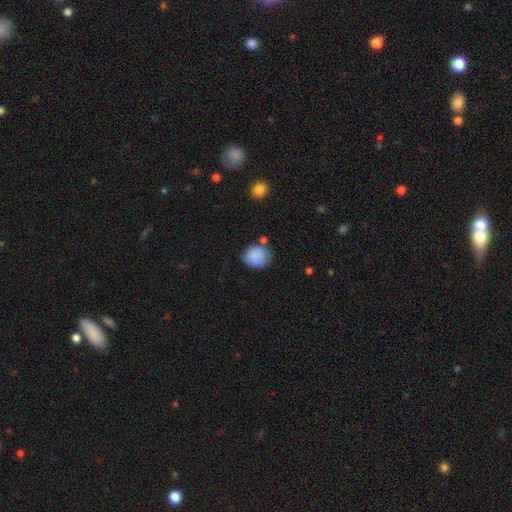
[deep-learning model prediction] This appears to be a smooth galaxy with no disk features (85%) that is round (76%). Merging: none (65%).